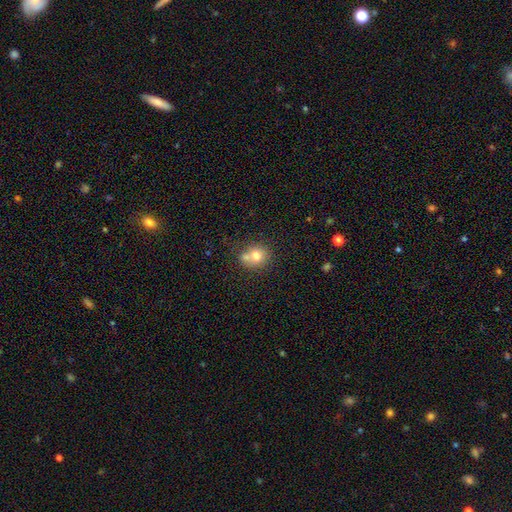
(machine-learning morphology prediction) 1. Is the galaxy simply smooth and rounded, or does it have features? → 72% smooth, 18% featured or disk, 11% star or artifact.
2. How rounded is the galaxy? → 78% round, 21% in between, 1% cigar-shaped.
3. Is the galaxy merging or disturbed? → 46% merger, 42% none, 9% minor disturbance, 3% major disturbance.